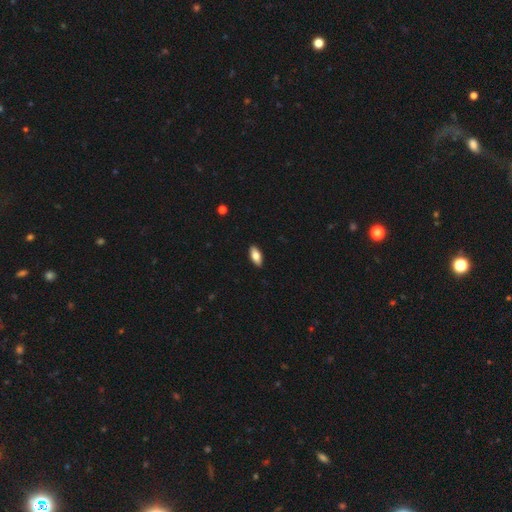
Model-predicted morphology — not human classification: This appears to be a smooth galaxy with no disk features (78%) that is in between round and cigar-shaped (86%). Merging: none (90%).